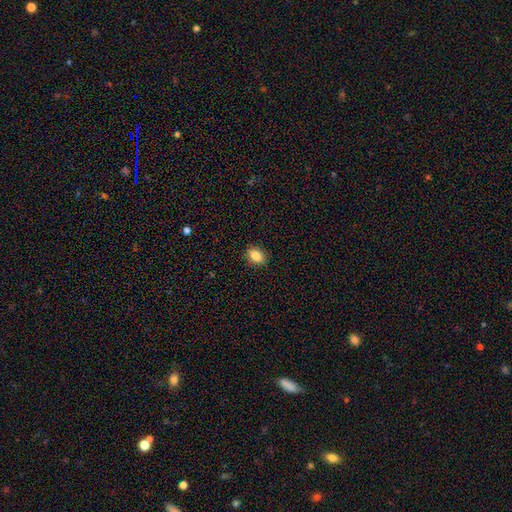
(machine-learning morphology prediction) smooth-or-featured: smooth: 85% | star or artifact: 9% | featured or disk: 6%
  how-rounded: in between: 74% | round: 25% | cigar-shaped: 2%
  merging: none: 89% | minor disturbance: 8% | major disturbance: 2% | merger: 1%